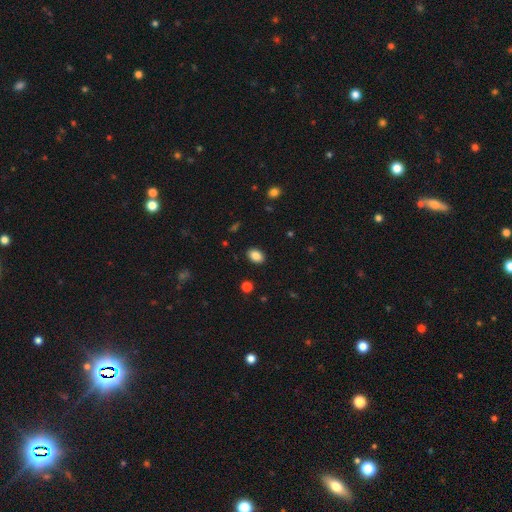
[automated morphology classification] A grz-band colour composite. It shows a smooth galaxy with no disk features (86%) that is in between round and cigar-shaped (78%). Merging: none (89%).